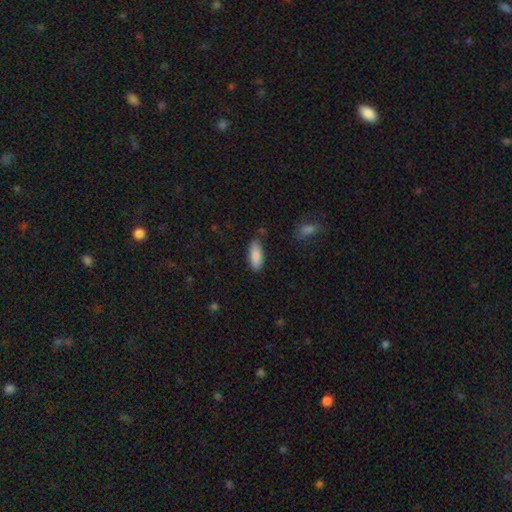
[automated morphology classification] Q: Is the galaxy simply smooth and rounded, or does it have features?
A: smooth — 83%.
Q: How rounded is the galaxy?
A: in between — 73%.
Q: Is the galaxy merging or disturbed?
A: none — 81%.